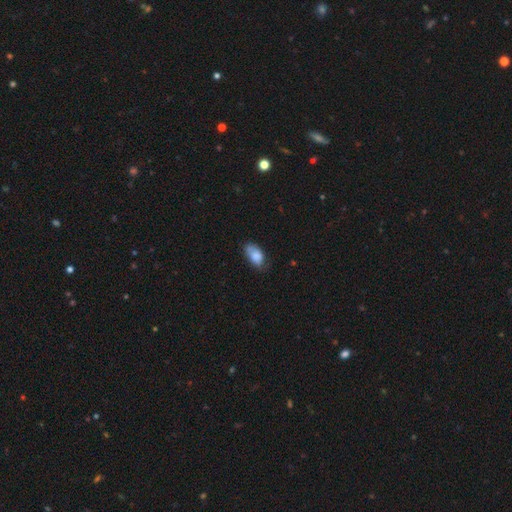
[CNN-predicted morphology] Smooth or featured: smooth — 80% (featured or disk — 13%)
How rounded: in between — 92% (round — 6%)
Merging: none — 55% (minor disturbance — 33%)